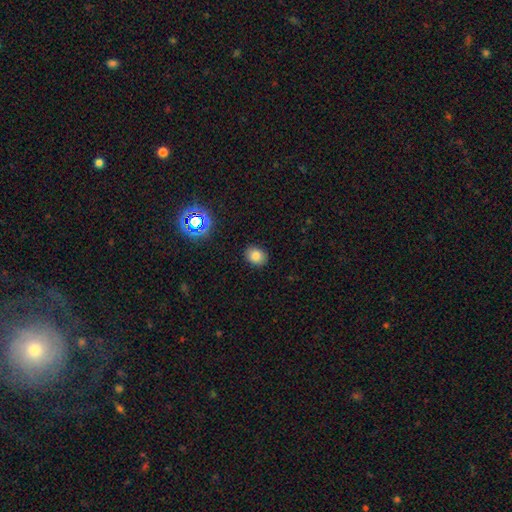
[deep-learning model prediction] Smooth or featured? smooth (80%)
How rounded? in between (56%)
Merging? none (88%)